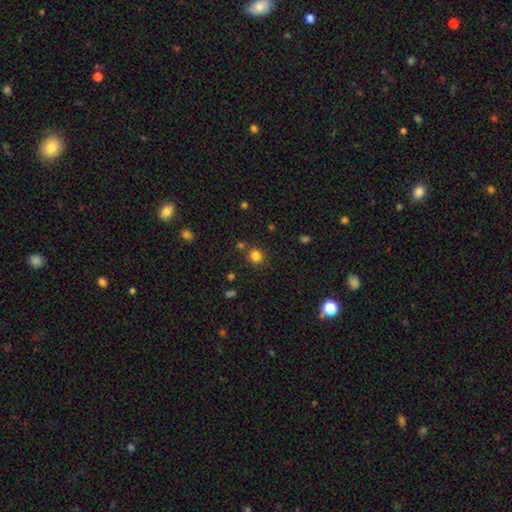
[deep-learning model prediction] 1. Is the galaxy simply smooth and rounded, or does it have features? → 82% smooth, 14% star or artifact, 4% featured or disk.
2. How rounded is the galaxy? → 86% round, 13% in between, 1% cigar-shaped.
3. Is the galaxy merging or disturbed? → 81% none, 9% minor disturbance, 7% merger, 3% major disturbance.